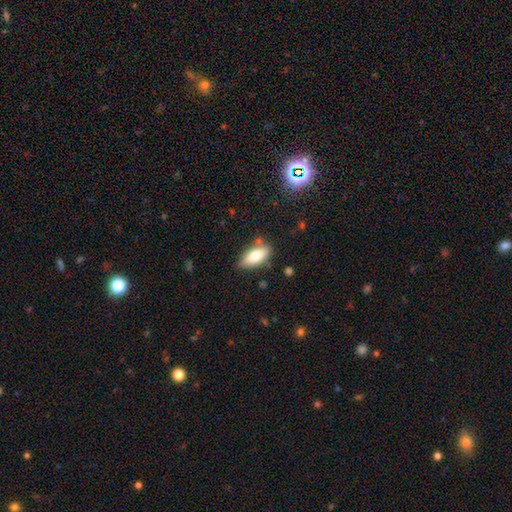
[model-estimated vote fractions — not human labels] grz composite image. It shows a smooth galaxy with no disk features (75%) that is in between round and cigar-shaped (87%). Merging: none (75%).